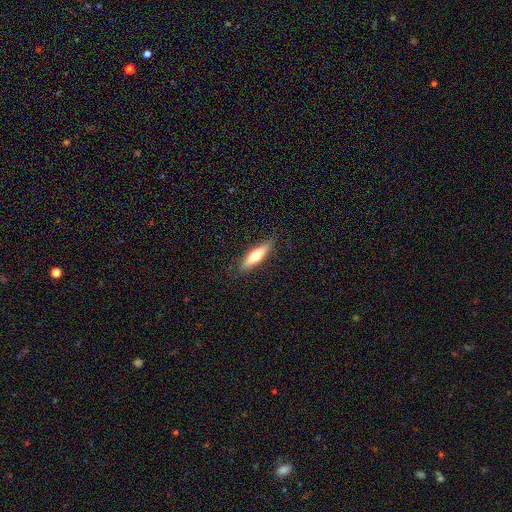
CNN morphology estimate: A smooth galaxy with no disk features (53%) that is cigar-shaped (73%).

Vote fractions:
- Smooth or featured? smooth: 53% / featured or disk: 41% / star or artifact: 6%
- How rounded? cigar-shaped: 73% / in between: 25% / round: 2%
- Merging? none: 87% / minor disturbance: 10% / major disturbance: 2% / merger: 1%